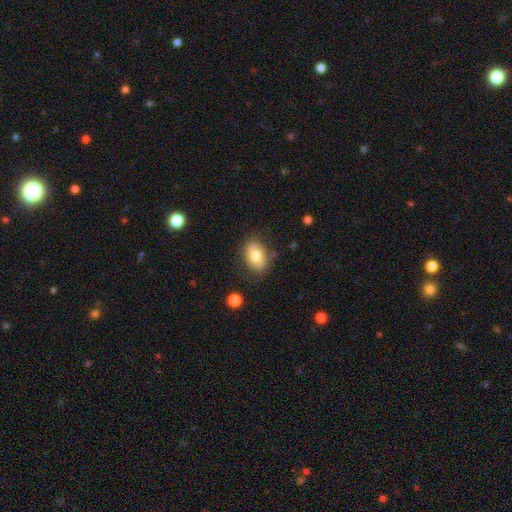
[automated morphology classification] The model was most divided on "smooth or featured": smooth: 74%, featured or disk: 18%, star or artifact: 8%. More confident: how rounded — in between (79%); merging — none (76%).